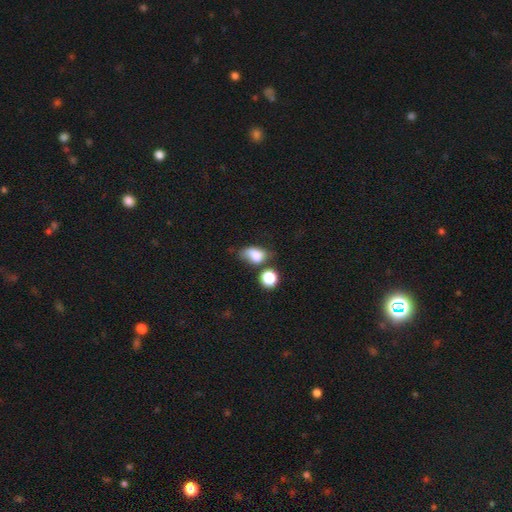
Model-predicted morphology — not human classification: smooth_or_featured: smooth (p=0.75) [alt: featured or disk p=0.13]
how_rounded: in between (p=0.79) [alt: round p=0.19]
merging: none (p=0.37) [alt: minor disturbance p=0.31]